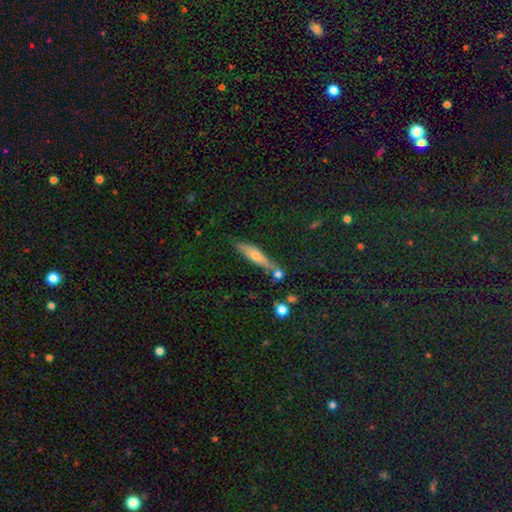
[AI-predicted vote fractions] A smooth galaxy with no disk features (49%). Merging: none (70%).